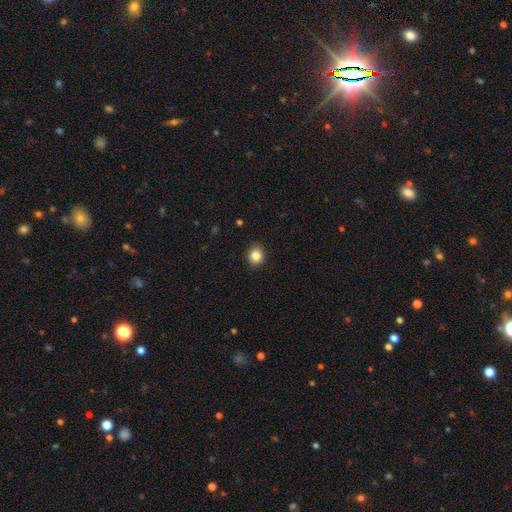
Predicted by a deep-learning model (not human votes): A smooth galaxy with no disk features (85%) that is round (76%). Merging: none (90%).